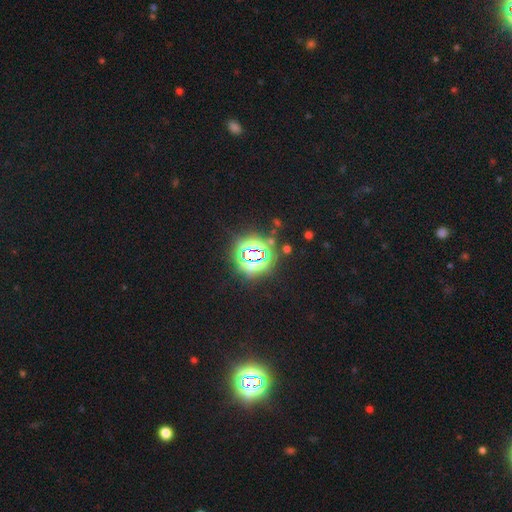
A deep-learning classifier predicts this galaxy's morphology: Q: Smooth or featured?
A: star or artifact (78%); runner-up: smooth (14%)